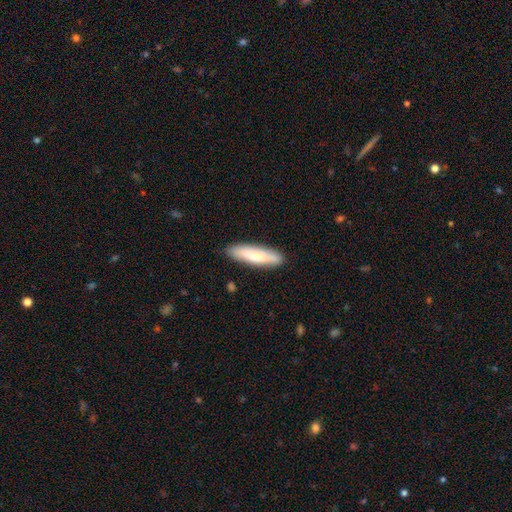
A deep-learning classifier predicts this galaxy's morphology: smooth_or_featured: smooth (p=0.70) [alt: featured or disk p=0.24]
how_rounded: cigar-shaped (p=0.70) [alt: in between p=0.29]
merging: none (p=0.87) [alt: minor disturbance p=0.10]